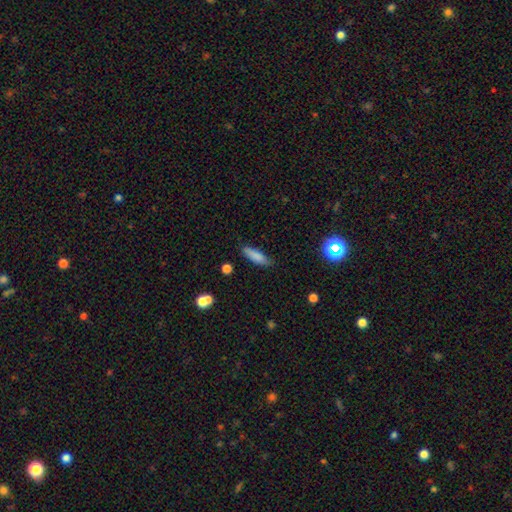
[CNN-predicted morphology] Smooth or featured?
  - smooth: 81% *
  - featured or disk: 10%
  - star or artifact: 8%
How rounded?
  - cigar-shaped: 55% *
  - in between: 43%
  - round: 2%
Merging?
  - none: 78% *
  - minor disturbance: 17%
  - major disturbance: 3%
  - merger: 2%